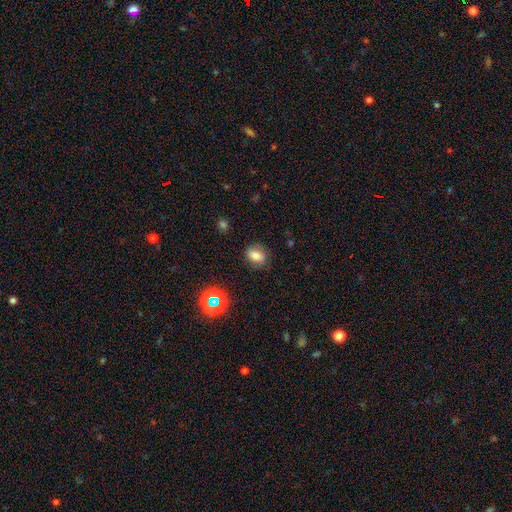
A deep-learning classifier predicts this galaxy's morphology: smooth 73%, star or artifact 15%, featured or disk 12%. Down the decision tree: how rounded — in between (69%); merging — none (81%).